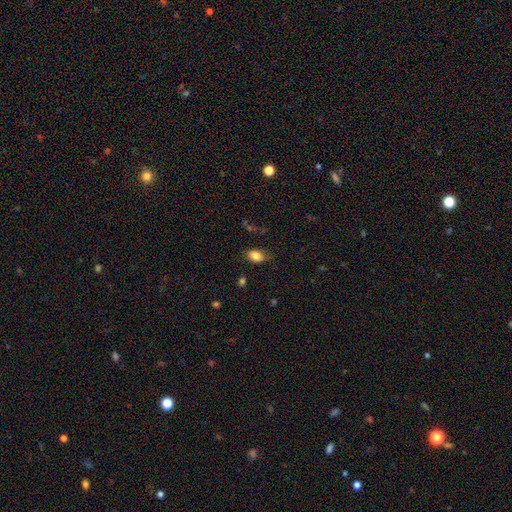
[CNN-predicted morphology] This is clearly a smooth galaxy (82%). How rounded: likely in between (75%). Merging: likely none (68%).